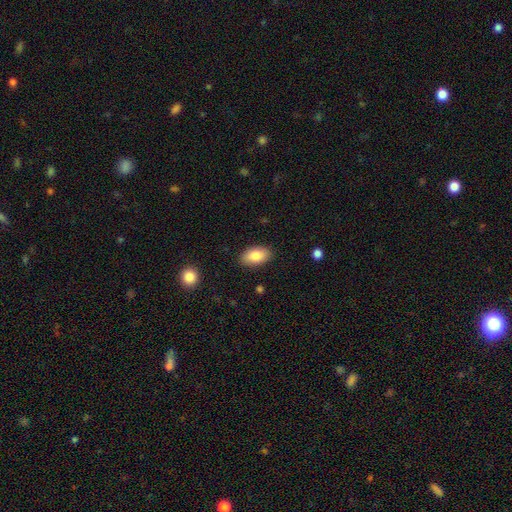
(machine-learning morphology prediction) type=smooth (83%); roundness=in between (93%); merging=none (87%).